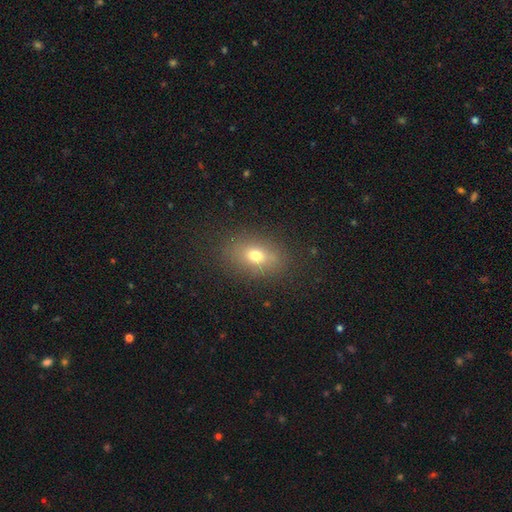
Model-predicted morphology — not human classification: The model was most divided on "smooth or featured": smooth: 71%, featured or disk: 15%, star or artifact: 13%. More confident: merging — none (83%); how rounded — in between (77%).